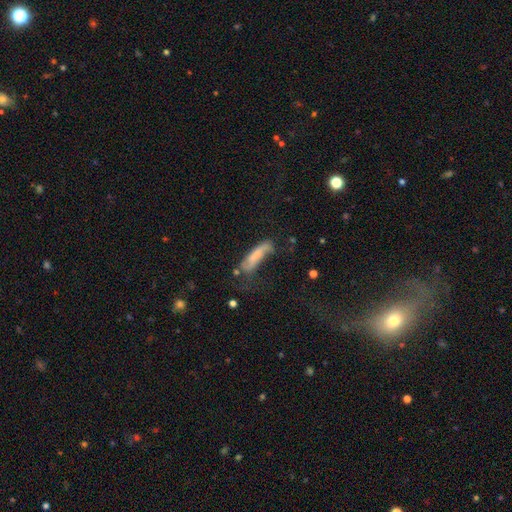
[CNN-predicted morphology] Smooth or featured? Predicted: smooth (p=0.66). How rounded? Predicted: cigar-shaped (p=0.71). Merging? Predicted: none (p=0.39).